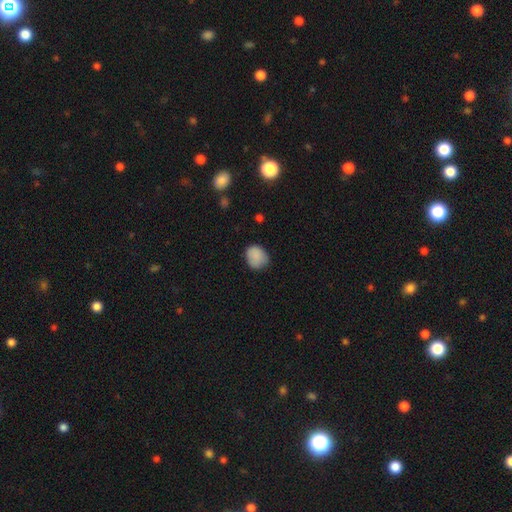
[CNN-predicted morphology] This appears to be a smooth galaxy with no disk features (86%) that is round (64%). Merging: none (69%).